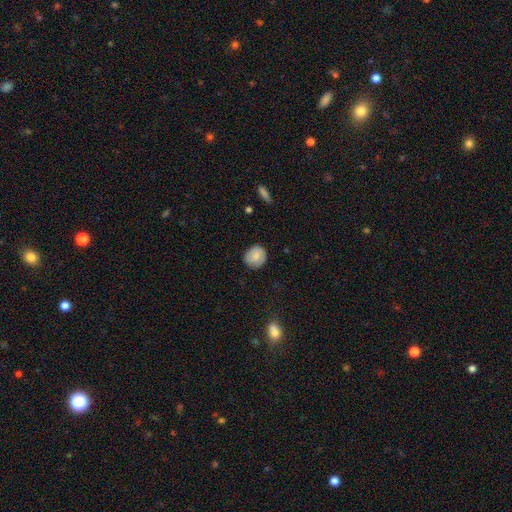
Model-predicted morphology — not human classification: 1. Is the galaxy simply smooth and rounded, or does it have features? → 81% smooth, 12% featured or disk, 7% star or artifact.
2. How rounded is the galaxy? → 84% round, 15% in between, 1% cigar-shaped.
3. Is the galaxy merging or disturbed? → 84% none, 12% minor disturbance, 2% major disturbance, 1% merger.